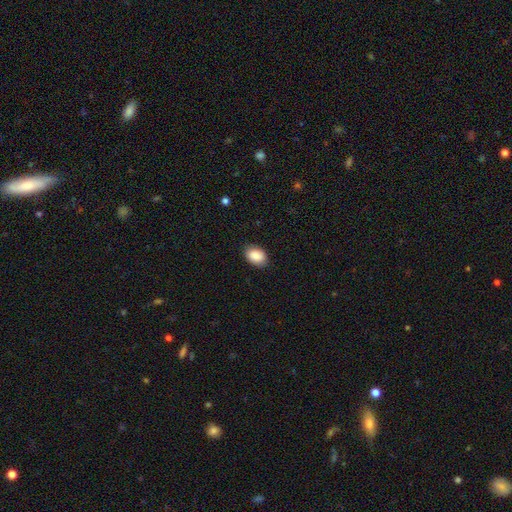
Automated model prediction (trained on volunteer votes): smooth_or_featured: smooth (p=0.88) [alt: star or artifact p=0.07]
how_rounded: in between (p=0.83) [alt: round p=0.16]
merging: none (p=0.86) [alt: minor disturbance p=0.11]